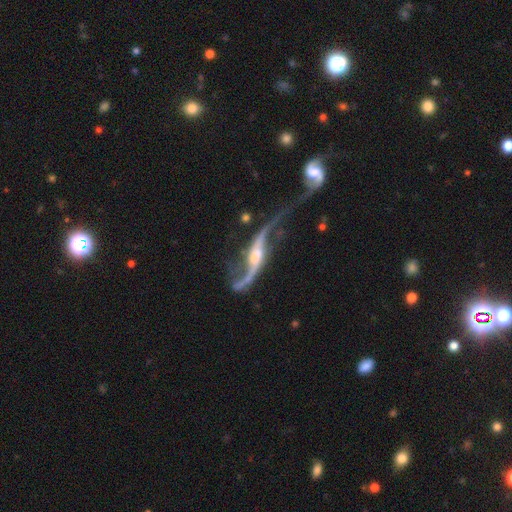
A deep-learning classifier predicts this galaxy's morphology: featured or disk 89%, star or artifact 6%, smooth 5%. Down the decision tree: edge-on disk — no (79%); bar — no (37%); spiral arms — yes (95%); spiral arm count — 2 (92%); spiral winding — loose (88%); bulge size — moderate (48%); merging — none (35%).